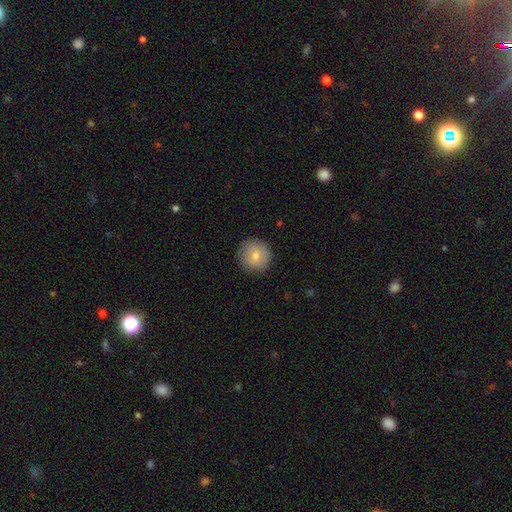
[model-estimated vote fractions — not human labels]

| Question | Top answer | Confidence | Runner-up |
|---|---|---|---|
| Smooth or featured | smooth | 76% | featured or disk (16%) |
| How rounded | round | 94% | in between (5%) |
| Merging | none | 88% | minor disturbance (9%) |